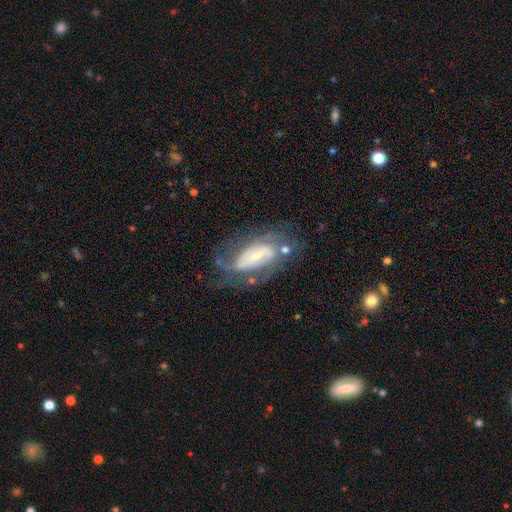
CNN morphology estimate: A featured or disk galaxy (78%) with no bar (37%, tied with weak), 2 (48%) medium (42%) spiral arms (87%) and a small central bulge (68%).

Vote fractions:
- Smooth or featured? featured or disk: 78% / smooth: 14% / star or artifact: 7%
- Edge-on disk? no: 93% / yes: 7%
- Bar? no: 37% (tied) / weak: 37% (tied) / strong: 26%
- Spiral arms? yes: 87% / no: 13%
- Spiral winding? medium: 42% / tight: 39% / loose: 20%
- Spiral arm count? 2: 48% / can't tell: 30% / 3: 11% / 1: 5% / 4: 4% / more than 4: 3%
- Bulge size? small: 68% / moderate: 24% / large: 4% / none: 3% / dominant: 1%
- Merging? none: 55% / minor disturbance: 21% / major disturbance: 18% / merger: 6%